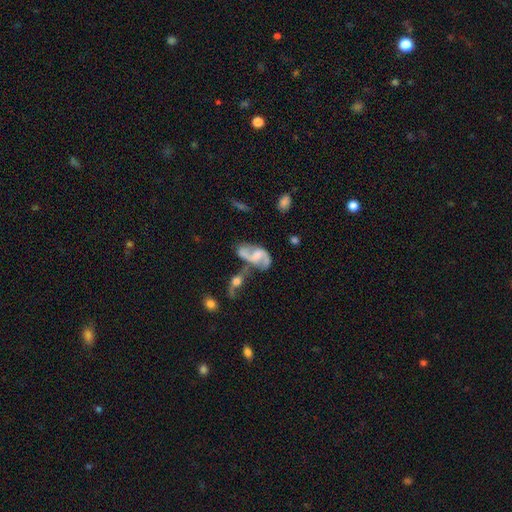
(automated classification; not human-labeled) The model was most divided on "bar": weak: 43%, no: 42%, strong: 15%. Remaining: edge-on disk — no (96%); spiral arms — yes (91%); spiral arm count — 2 (89%); smooth or featured — featured or disk (80%); spiral winding — loose (59%); bulge size — none (38%); merging — none (37%).